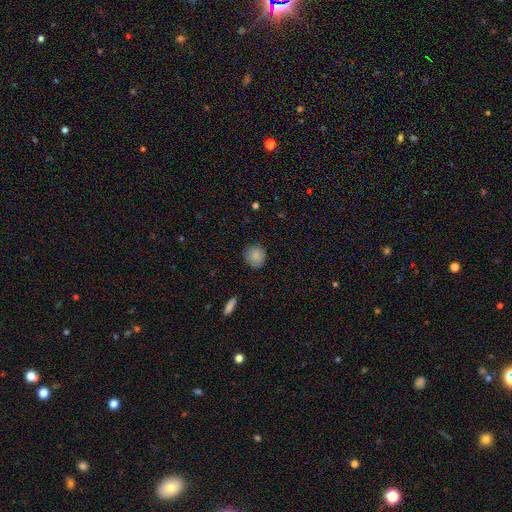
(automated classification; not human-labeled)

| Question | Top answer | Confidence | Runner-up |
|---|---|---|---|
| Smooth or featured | smooth | 84% | star or artifact (8%) |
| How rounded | round | 86% | in between (13%) |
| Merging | none | 83% | minor disturbance (13%) |